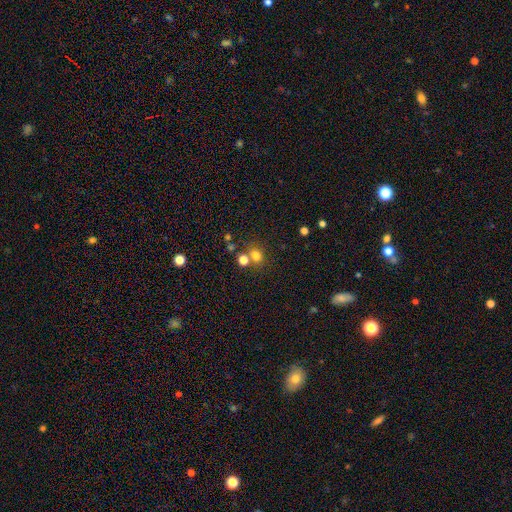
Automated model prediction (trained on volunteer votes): A smooth galaxy with no disk features (74%) that is round (68%).

Vote fractions:
- Smooth or featured? smooth: 74% / star or artifact: 18% / featured or disk: 8%
- How rounded? round: 68% / in between: 31% / cigar-shaped: 1%
- Merging? none: 63% / merger: 23% / minor disturbance: 10% / major disturbance: 4%